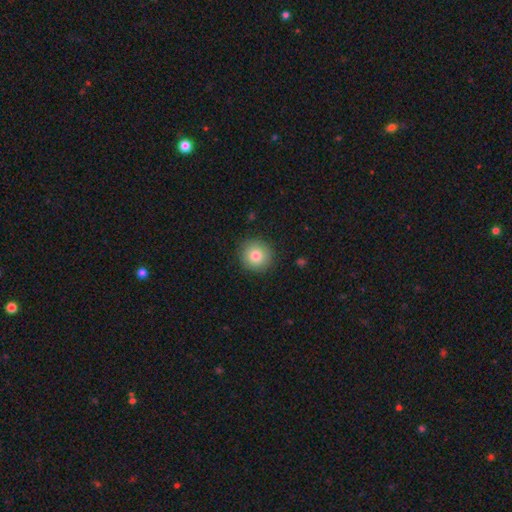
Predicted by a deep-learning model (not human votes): This appears to be a smooth galaxy with no disk features (82%) that is round (93%). Merging: none (90%).